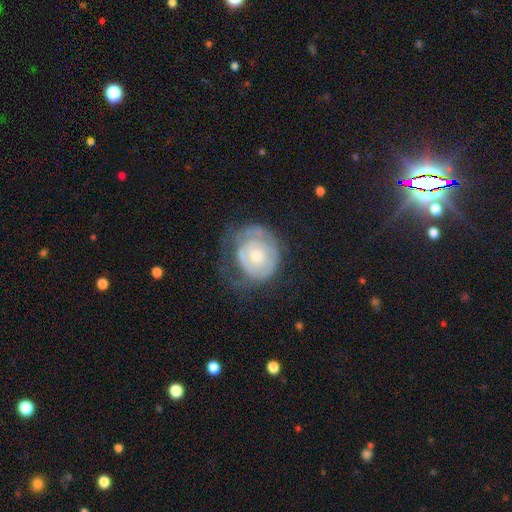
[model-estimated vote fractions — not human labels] Smooth or featured? Predicted: featured or disk (p=0.68). Edge-on disk? Predicted: no (p=0.97). Bar? Predicted: no (p=0.80). Spiral arms? Predicted: yes (p=0.69). Bulge size? Predicted: moderate (p=0.50). Merging? Predicted: none (p=0.53).